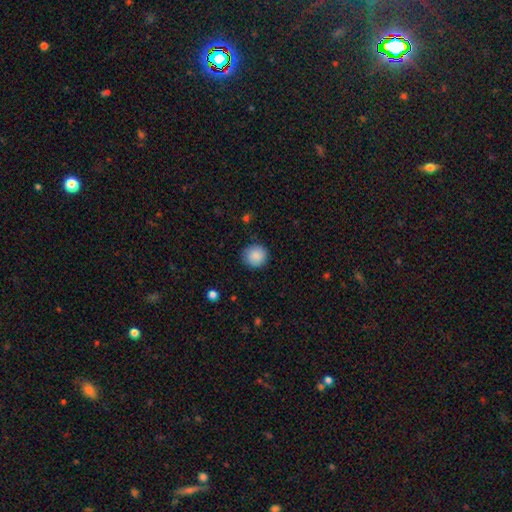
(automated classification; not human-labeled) Morphology: type=smooth (88%); roundness=round (93%); merging=none (86%).